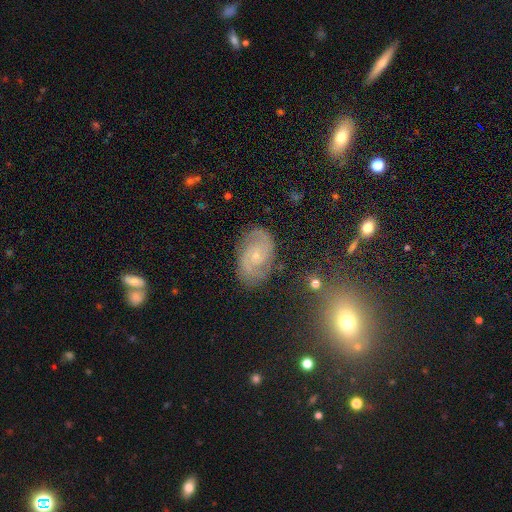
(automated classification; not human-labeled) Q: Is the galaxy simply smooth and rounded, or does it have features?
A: featured or disk — 82%.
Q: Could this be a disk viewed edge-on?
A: no — 97%.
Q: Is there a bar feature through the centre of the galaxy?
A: no — 63%.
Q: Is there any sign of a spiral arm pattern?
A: yes — 96%.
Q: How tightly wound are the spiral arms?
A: medium — 45%.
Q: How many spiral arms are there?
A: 2 — 80%.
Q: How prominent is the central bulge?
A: small — 77%.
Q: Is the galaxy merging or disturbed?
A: none — 81%.